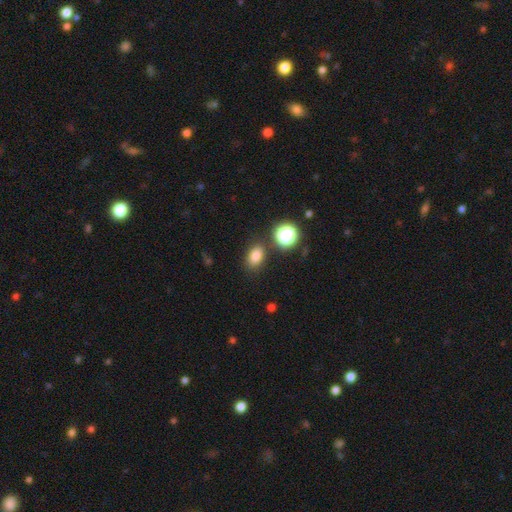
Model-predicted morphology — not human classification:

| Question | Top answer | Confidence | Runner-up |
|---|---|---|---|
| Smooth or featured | smooth | 80% | star or artifact (14%) |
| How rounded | in between | 77% | round (22%) |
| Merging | none | 82% | minor disturbance (10%) |